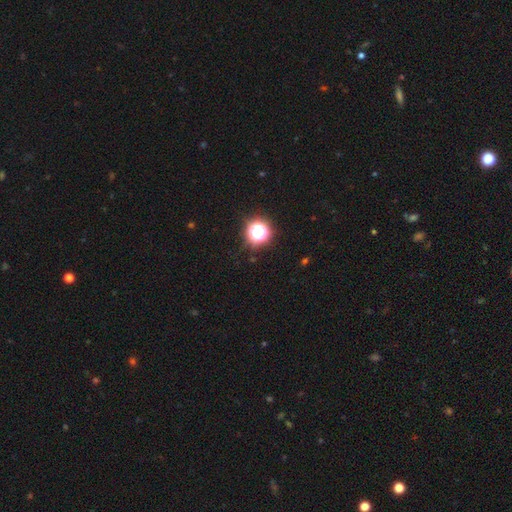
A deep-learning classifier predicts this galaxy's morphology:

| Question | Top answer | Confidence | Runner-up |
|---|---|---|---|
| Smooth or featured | star or artifact | 73% | smooth (21%) |